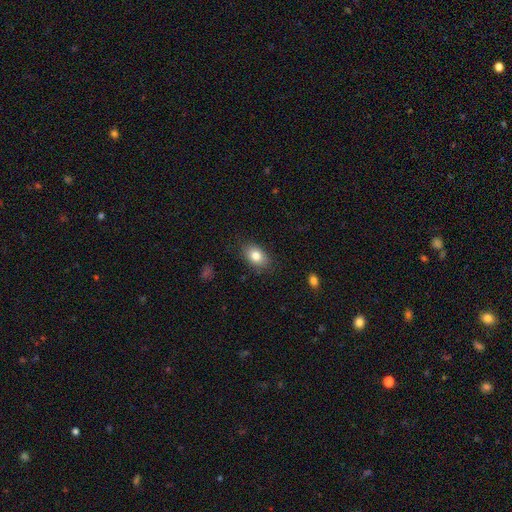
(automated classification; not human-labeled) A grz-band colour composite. It shows a smooth galaxy with no disk features (81%) that is in between round and cigar-shaped (85%). Merging: none (85%).